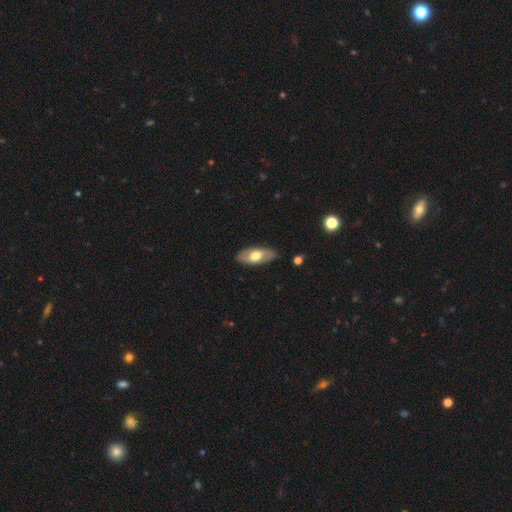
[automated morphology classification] This appears to be a smooth galaxy with no disk features (50%). Merging: none (85%).